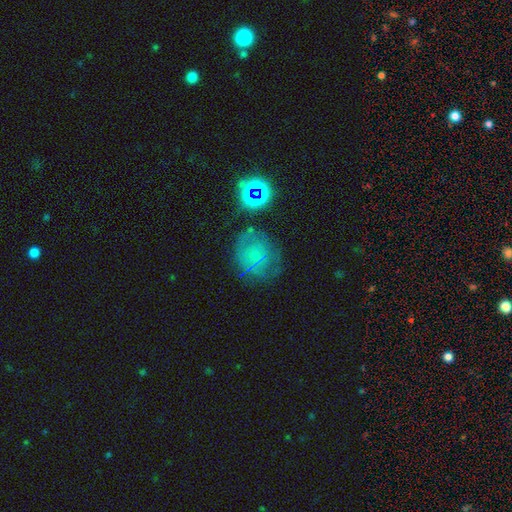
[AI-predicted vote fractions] Smooth or featured? Predicted: smooth (p=0.44). Merging? Predicted: none (p=0.59).